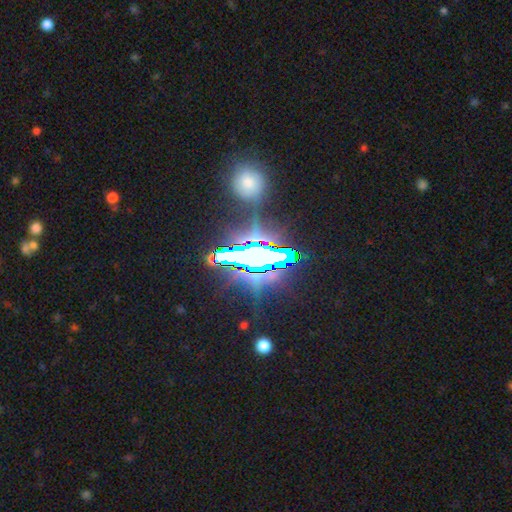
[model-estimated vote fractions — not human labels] Overall: star or artifact (77%).